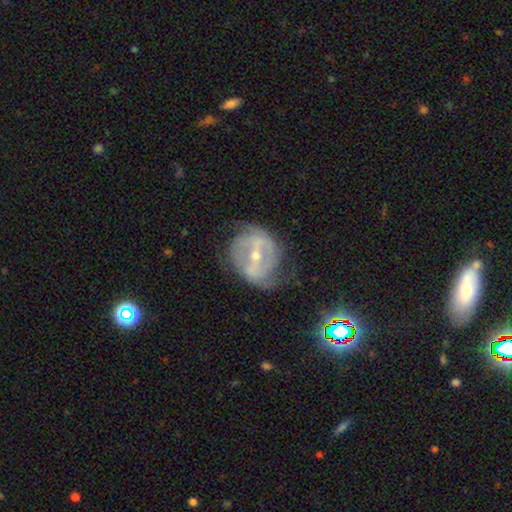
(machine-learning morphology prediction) Smooth or featured? Predicted: featured or disk (p=0.78). Edge-on disk? Predicted: no (p=0.94). Bar? Predicted: strong (p=0.58). Spiral arms? Predicted: yes (p=0.71). Spiral winding? Predicted: medium (p=0.40). Spiral arm count? Predicted: 2 (p=0.58). Bulge size? Predicted: small (p=0.55). Merging? Predicted: none (p=0.57).